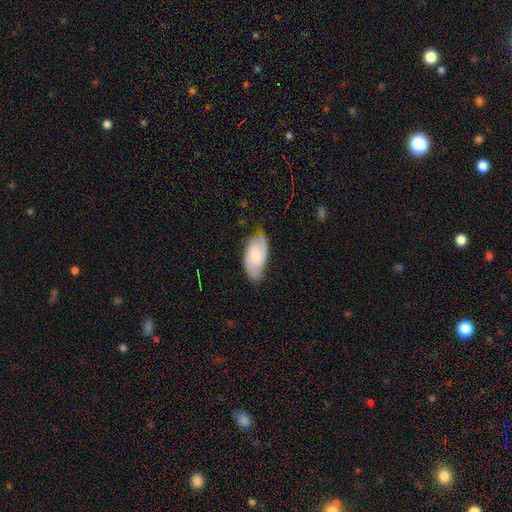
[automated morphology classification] Overall: featured or disk (62%; smooth 32%). Edge-on disk: no (95%). Bar: no (51%; weak 41%). Spiral arms: yes (91%). Spiral arm count: 2 (78%). Spiral winding: medium (44%; tight 41%). Bulge size: small (54%; moderate 35%). Merging: none (72%).